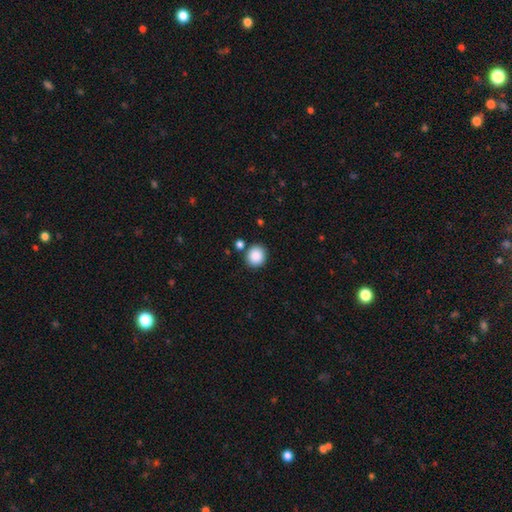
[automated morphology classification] Smooth or featured: smooth — 88% (star or artifact — 8%)
How rounded: round — 85% (in between — 14%)
Merging: none — 83% (minor disturbance — 7%)